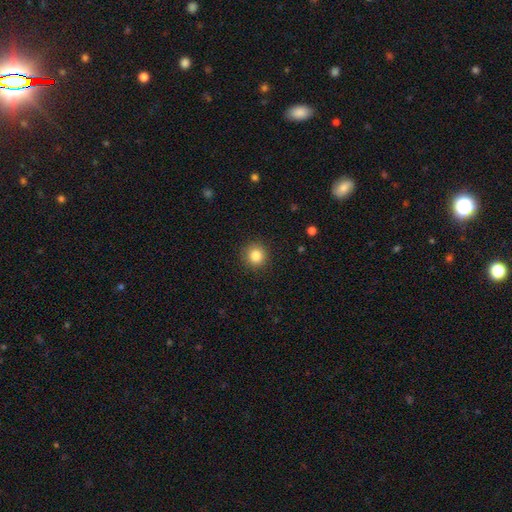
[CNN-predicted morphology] Smooth or featured: smooth — 84% (star or artifact — 11%)
How rounded: round — 93% (in between — 6%)
Merging: none — 91% (minor disturbance — 6%)